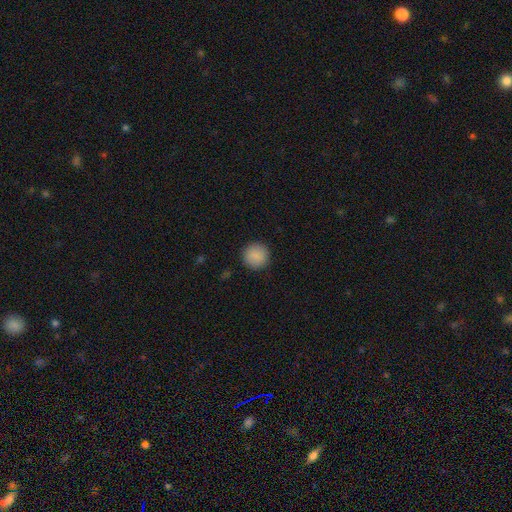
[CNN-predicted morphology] This is clearly a smooth galaxy (89%). How rounded: clearly round (95%). Merging: clearly none (92%).